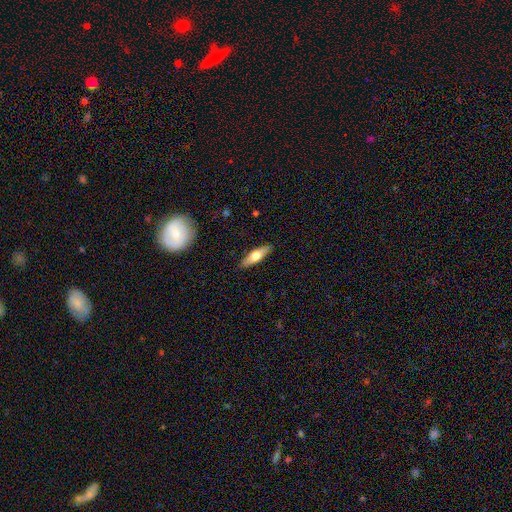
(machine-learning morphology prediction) Smooth or featured? Predicted: smooth (p=0.57). How rounded? Predicted: cigar-shaped (p=0.51). Merging? Predicted: none (p=0.89).